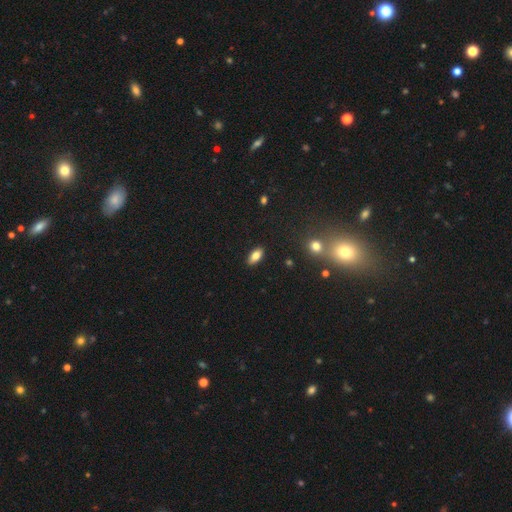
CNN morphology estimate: Smooth or featured? Predicted: smooth (p=0.79). How rounded? Predicted: in between (p=0.88). Merging? Predicted: none (p=0.88).